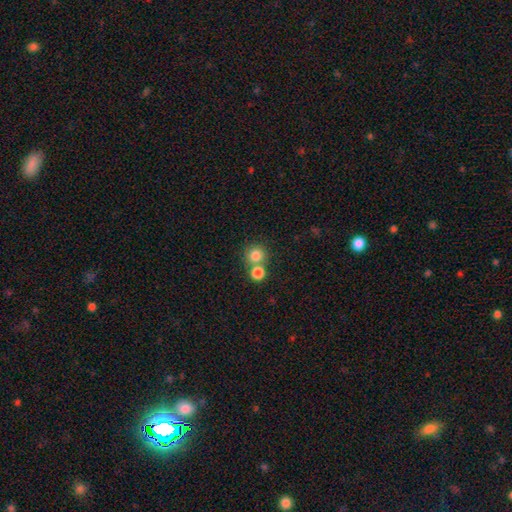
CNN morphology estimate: smooth_or_featured: smooth (p=0.80) [alt: star or artifact p=0.12]
how_rounded: round (p=0.91) [alt: in between p=0.08]
merging: none (p=0.58) [alt: merger p=0.33]